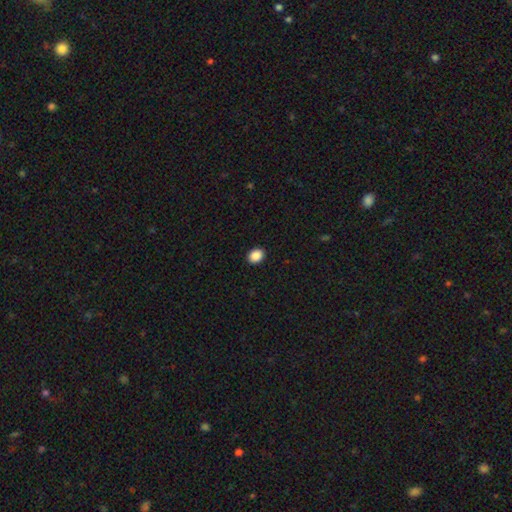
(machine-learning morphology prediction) type=smooth (89%); roundness=round (56%); merging=none (92%).